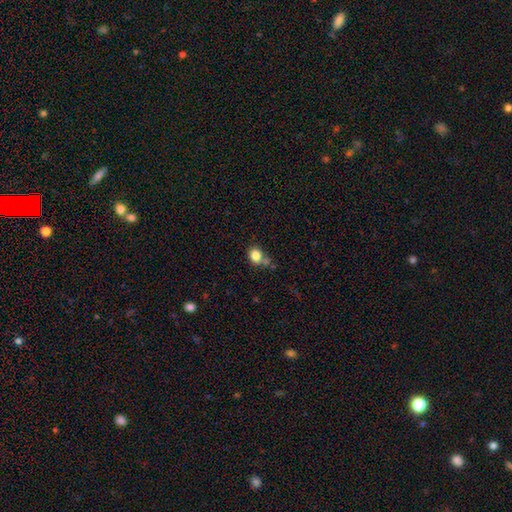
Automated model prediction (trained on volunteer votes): Overall: smooth (82%). How rounded: round (61%; in between 38%). Merging: none (56%; minor disturbance 19%).